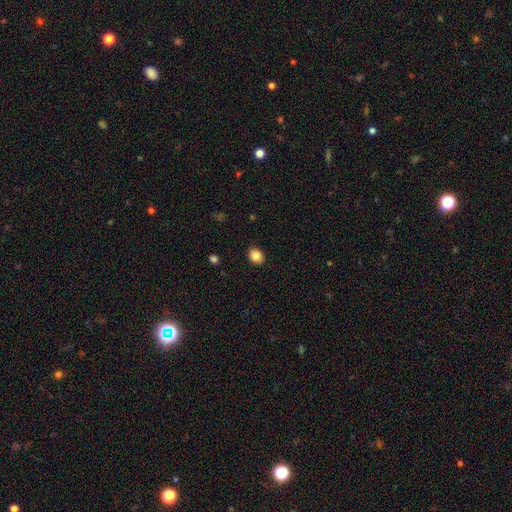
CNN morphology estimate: smooth-or-featured: smooth: 86% | star or artifact: 9% | featured or disk: 5%
  how-rounded: in between: 57% | round: 42% | cigar-shaped: 1%
  merging: none: 88% | minor disturbance: 9% | major disturbance: 2% | merger: 1%